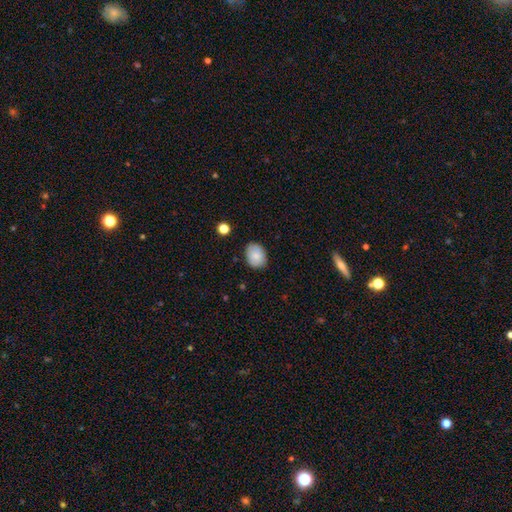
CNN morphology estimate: The model was most divided on "how rounded": in between: 70%, round: 29%, cigar-shaped: 1%. More confident: smooth or featured — smooth (84%); merging — none (82%).